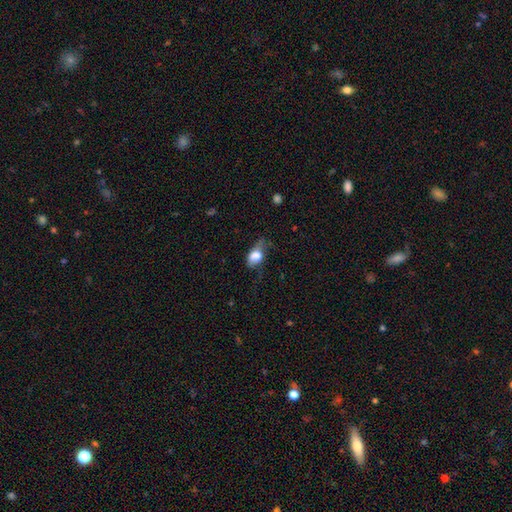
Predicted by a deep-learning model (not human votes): Overall: smooth (76%). How rounded: in between (82%). Merging: minor disturbance (38%; none 34%).